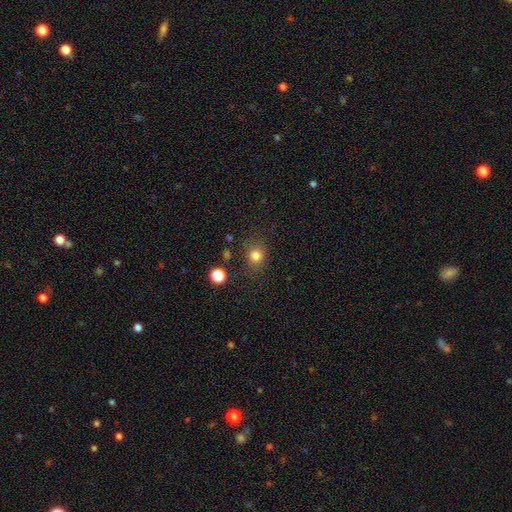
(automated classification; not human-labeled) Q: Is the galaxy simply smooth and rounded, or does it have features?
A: smooth — 81%.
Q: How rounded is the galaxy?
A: round — 74%.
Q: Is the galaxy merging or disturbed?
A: none — 79%.